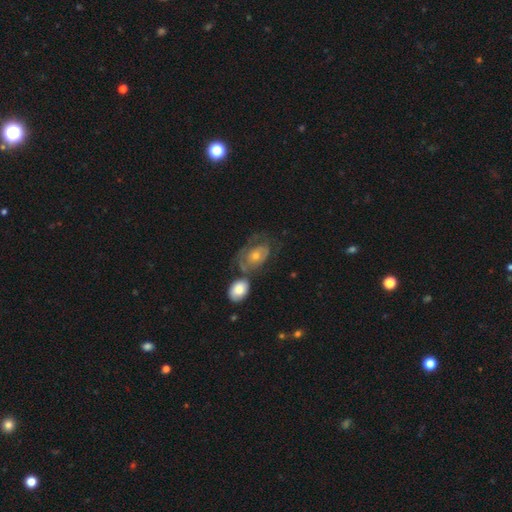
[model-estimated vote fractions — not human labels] Smooth or featured? Predicted: featured or disk (p=0.63). Edge-on disk? Predicted: no (p=0.95). Bar? Predicted: no (p=0.80). Spiral arms? Predicted: yes (p=0.65). Bulge size? Predicted: moderate (p=0.49). Merging? Predicted: none (p=0.38).